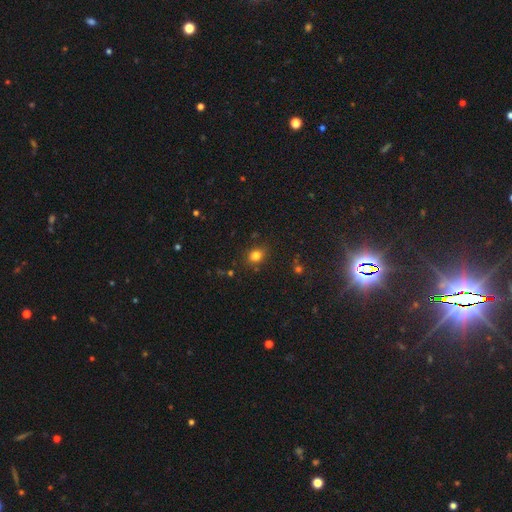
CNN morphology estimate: This is likely a smooth galaxy (80%). How rounded: possibly round (55%). Merging: clearly none (82%).